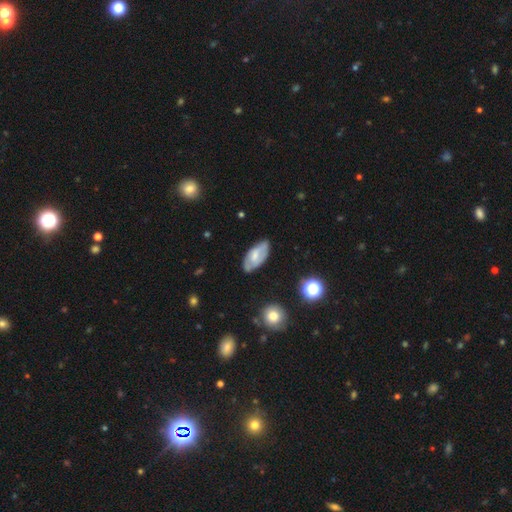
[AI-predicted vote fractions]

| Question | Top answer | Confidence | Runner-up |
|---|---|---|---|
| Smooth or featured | featured or disk | 47% | smooth (46%) |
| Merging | none | 67% | minor disturbance (25%) |